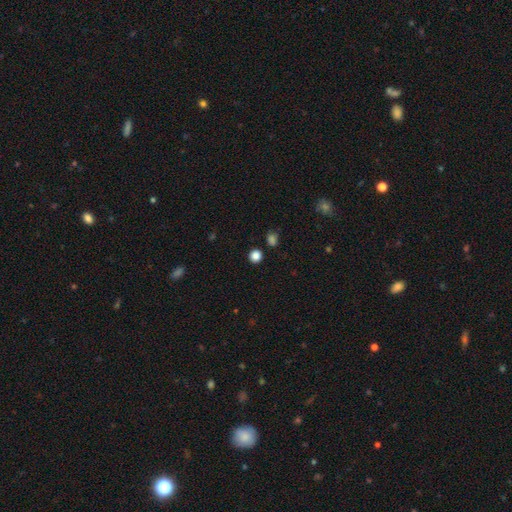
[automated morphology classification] Smooth or featured?
  - smooth: 84% *
  - star or artifact: 13%
  - featured or disk: 3%
How rounded?
  - round: 90% *
  - in between: 9%
  - cigar-shaped: 1%
Merging?
  - none: 87% *
  - minor disturbance: 6%
  - merger: 4%
  - major disturbance: 2%